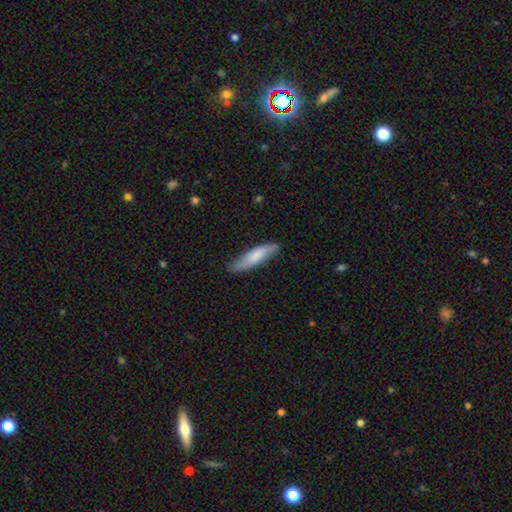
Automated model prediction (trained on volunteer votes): The model was most divided on "smooth or featured": smooth: 72%, featured or disk: 23%, star or artifact: 5%. More confident: merging — none (78%); how rounded — cigar-shaped (75%).